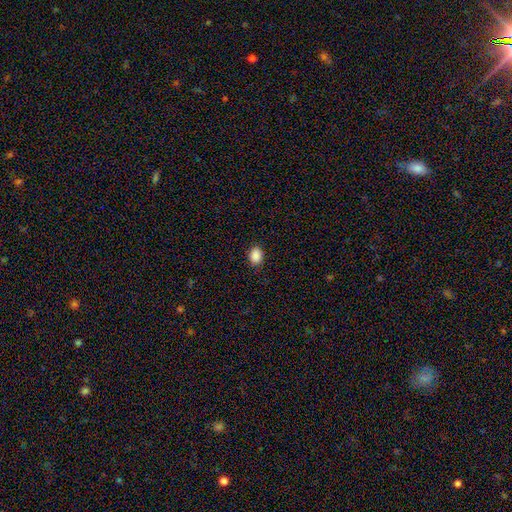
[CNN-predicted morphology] smooth-or-featured: smooth: 89% | star or artifact: 8% | featured or disk: 2%
  how-rounded: in between: 66% | round: 33% | cigar-shaped: 1%
  merging: none: 89% | minor disturbance: 8% | major disturbance: 2% | merger: 1%